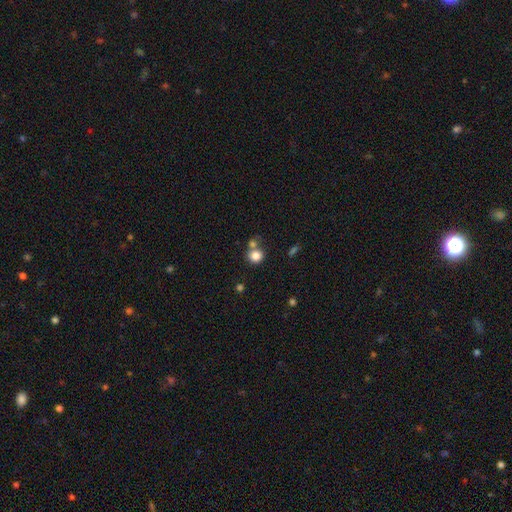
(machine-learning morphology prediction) Smooth or featured? Predicted: smooth (p=0.81). How rounded? Predicted: round (p=0.86). Merging? Predicted: none (p=0.57).